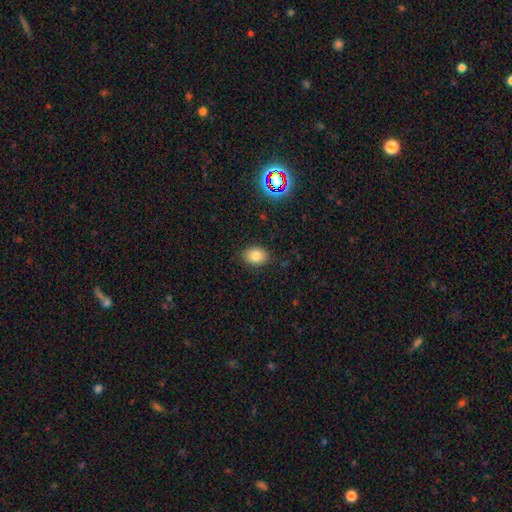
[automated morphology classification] Overall: smooth (80%). How rounded: in between (71%). Merging: none (85%).